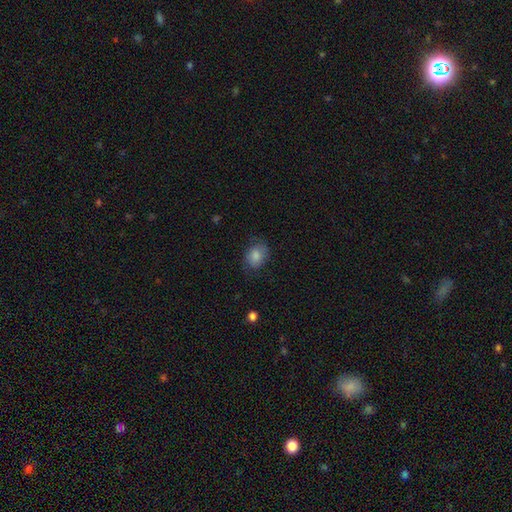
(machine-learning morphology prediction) smooth 80%, featured or disk 13%, star or artifact 8%. Down the decision tree: how rounded — in between (68%); merging — none (66%).